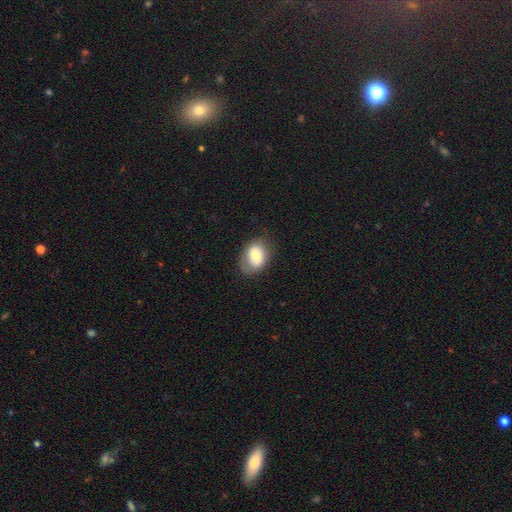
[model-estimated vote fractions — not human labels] Smooth or featured?
  - smooth: 67% *
  - featured or disk: 25%
  - star or artifact: 8%
How rounded?
  - in between: 68% *
  - round: 31%
  - cigar-shaped: 1%
Merging?
  - none: 69% *
  - minor disturbance: 22%
  - major disturbance: 8%
  - merger: 1%